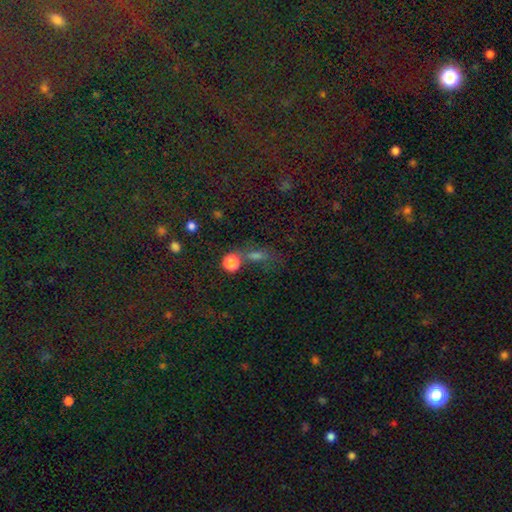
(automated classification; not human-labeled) Smooth or featured? smooth (46%)
Merging? none (47%)